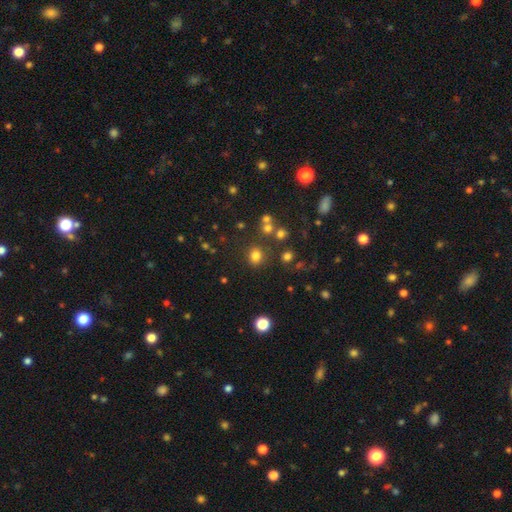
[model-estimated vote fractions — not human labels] The model was most divided on "how rounded": round: 77%, in between: 22%, cigar-shaped: 1%. More confident: merging — none (81%); smooth or featured — smooth (77%).